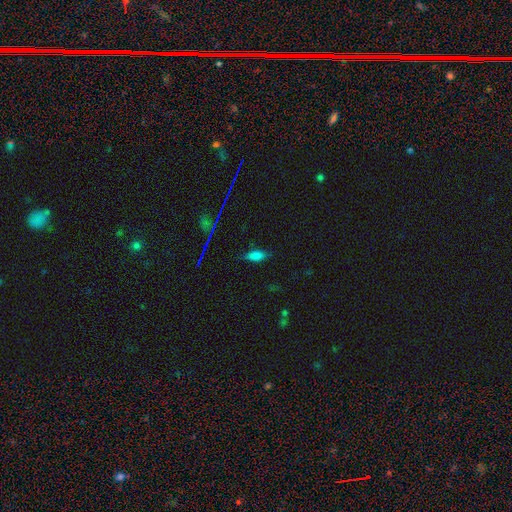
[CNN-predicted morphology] Smooth or featured: smooth — 67% (featured or disk — 17%)
How rounded: in between — 71% (cigar-shaped — 26%)
Merging: none — 76% (minor disturbance — 18%)